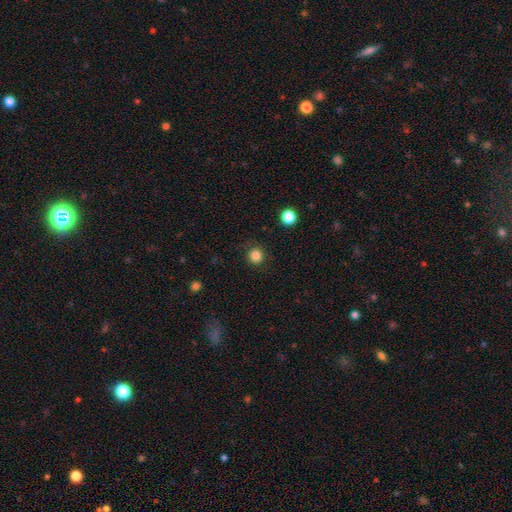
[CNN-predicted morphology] A smooth galaxy with no disk features (84%) that is round (93%).

Vote fractions:
- Smooth or featured? smooth: 84% / star or artifact: 12% / featured or disk: 4%
- How rounded? round: 93% / in between: 6% / cigar-shaped: 1%
- Merging? none: 88% / minor disturbance: 8% / major disturbance: 3% / merger: 1%